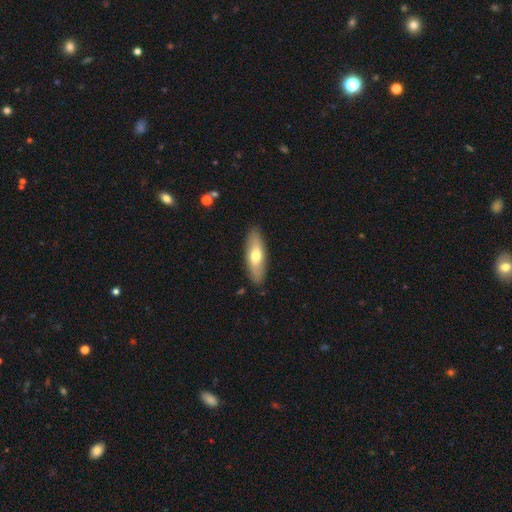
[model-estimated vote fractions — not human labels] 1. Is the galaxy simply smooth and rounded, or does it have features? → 62% smooth, 32% featured or disk, 5% star or artifact.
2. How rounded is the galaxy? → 60% in between, 38% cigar-shaped, 3% round.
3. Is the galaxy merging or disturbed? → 86% none, 10% minor disturbance, 2% major disturbance, 1% merger.